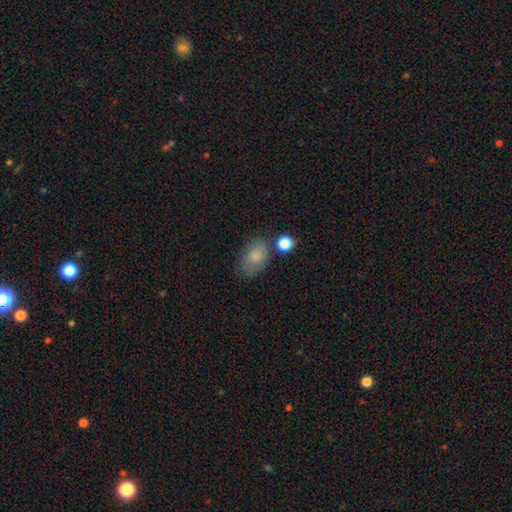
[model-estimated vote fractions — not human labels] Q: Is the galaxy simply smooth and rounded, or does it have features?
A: smooth — 78%.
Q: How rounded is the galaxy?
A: in between — 84%.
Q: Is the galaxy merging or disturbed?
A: none — 62%.